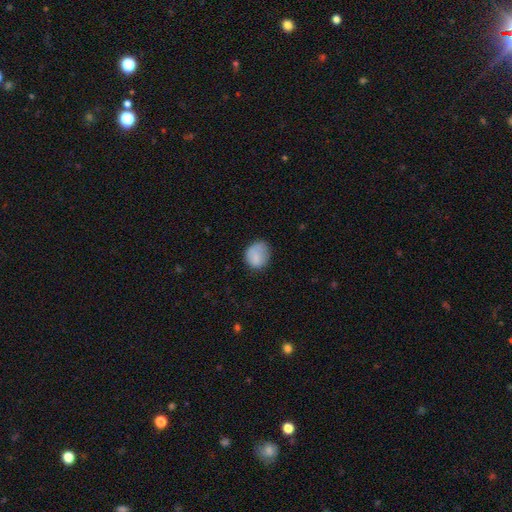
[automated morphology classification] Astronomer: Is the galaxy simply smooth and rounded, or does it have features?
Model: smooth — 83%.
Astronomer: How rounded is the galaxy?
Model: round — 68%.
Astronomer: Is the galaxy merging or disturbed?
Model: none — 66%.